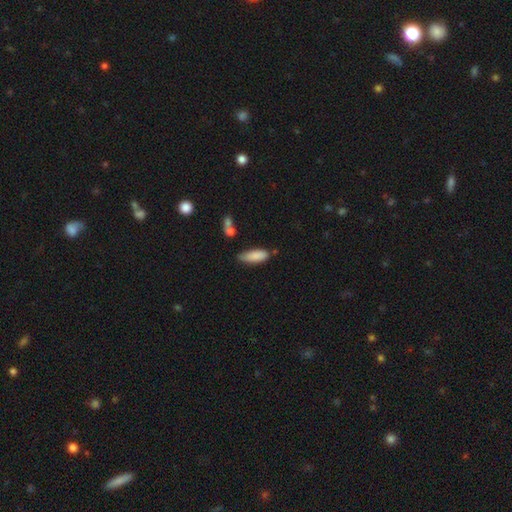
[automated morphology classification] Smooth or featured: smooth — 85% (featured or disk — 8%)
How rounded: in between — 65% (cigar-shaped — 33%)
Merging: none — 60% (minor disturbance — 29%)